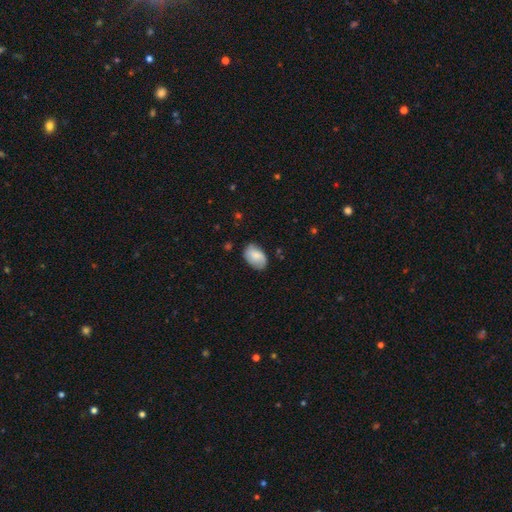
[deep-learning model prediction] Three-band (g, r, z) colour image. It shows a smooth galaxy with no disk features (74%) that is in between round and cigar-shaped (88%). Merging: none (72%).